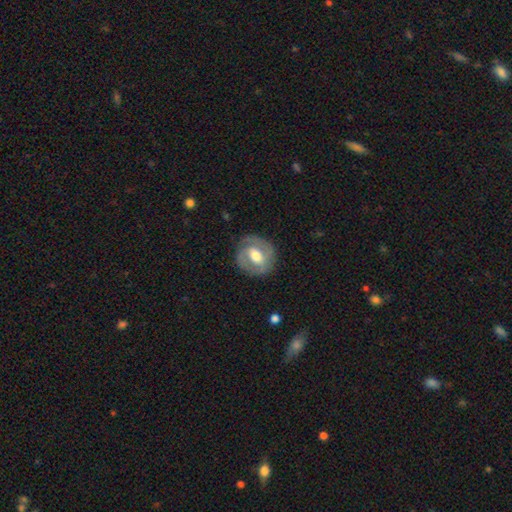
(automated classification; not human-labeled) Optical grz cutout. It shows a featured or disk galaxy (67%) with a weak bar (45%), spiral arms (70%) and a moderate central bulge (69%). Merging: none (79%).